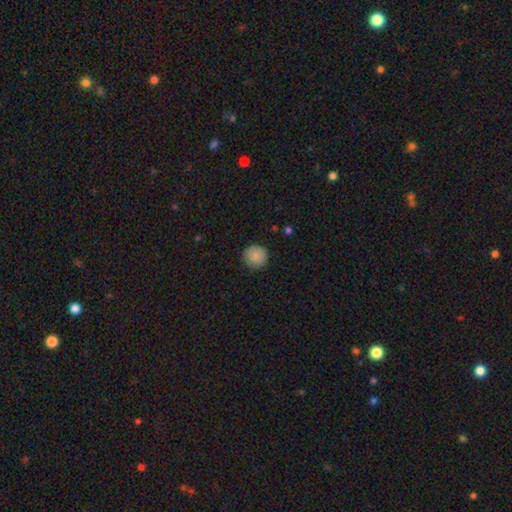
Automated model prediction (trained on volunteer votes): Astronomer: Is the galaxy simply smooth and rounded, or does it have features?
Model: smooth — 87%.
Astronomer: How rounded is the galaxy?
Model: round — 94%.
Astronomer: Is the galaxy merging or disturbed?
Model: none — 87%.